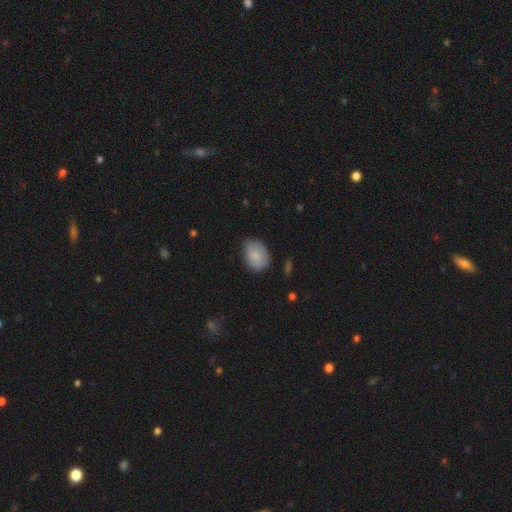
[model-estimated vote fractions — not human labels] Smooth or featured? smooth (81%)
How rounded? in between (73%)
Merging? none (68%)